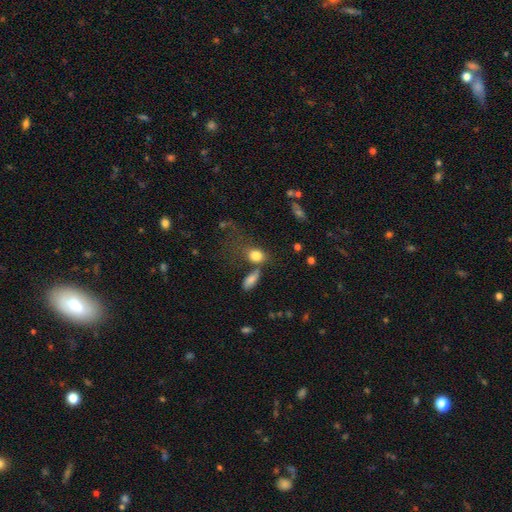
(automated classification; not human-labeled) Q: Smooth or featured?
A: smooth (81%); runner-up: star or artifact (10%)
Q: How rounded?
A: in between (63%); runner-up: round (34%)
Q: Merging?
A: none (44%); runner-up: merger (28%)